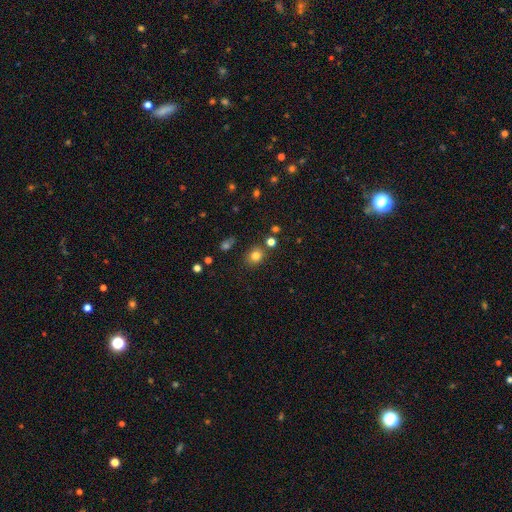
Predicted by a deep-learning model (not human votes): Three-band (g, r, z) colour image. It shows a smooth galaxy with no disk features (79%) that is round (65%). Merging: none (79%).